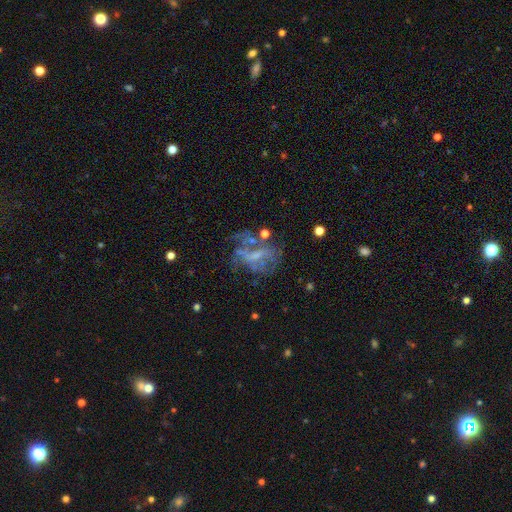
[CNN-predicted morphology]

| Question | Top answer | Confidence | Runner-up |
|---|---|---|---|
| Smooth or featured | featured or disk | 64% | smooth (19%) |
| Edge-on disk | no | 97% | yes (3%) |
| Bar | no | 53% | weak (35%) |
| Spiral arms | no | 61% | yes (39%) |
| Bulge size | small | 41% | none (38%) |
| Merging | none | 38% | major disturbance (35%) |